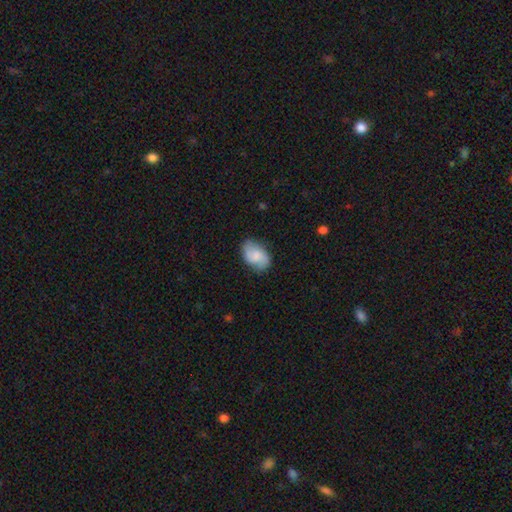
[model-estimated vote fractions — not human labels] Smooth or featured? Predicted: smooth (p=0.60). How rounded? Predicted: in between (p=0.88). Merging? Predicted: none (p=0.75).